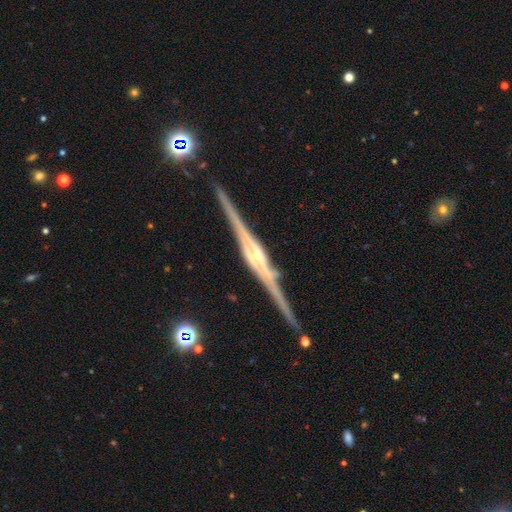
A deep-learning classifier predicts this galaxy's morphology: Q: Smooth or featured?
A: featured or disk (89%); runner-up: star or artifact (6%)
Q: Edge-on disk?
A: yes (98%); runner-up: no (2%)
Q: Edge-on bulge?
A: boxy (55%); runner-up: rounded (36%)
Q: Merging?
A: none (89%); runner-up: minor disturbance (8%)